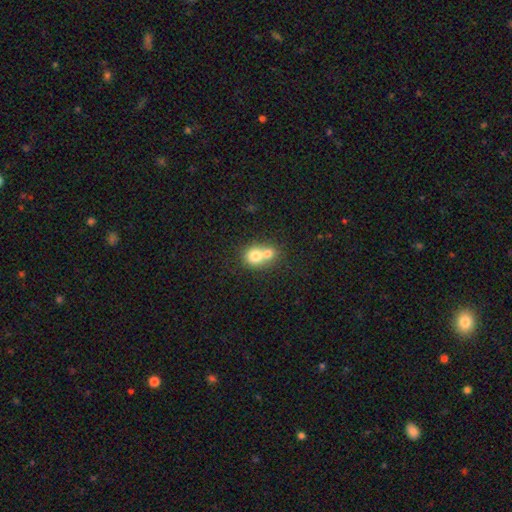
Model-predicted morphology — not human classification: smooth_or_featured: smooth (p=0.74) [alt: featured or disk p=0.17]
how_rounded: round (p=0.75) [alt: in between p=0.24]
merging: merger (p=0.67) [alt: none p=0.26]